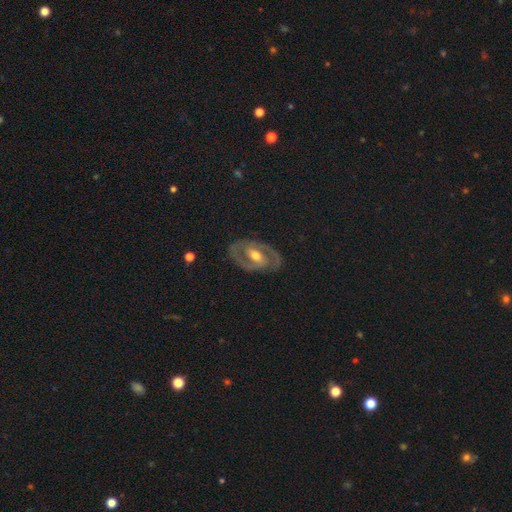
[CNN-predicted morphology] This appears to be a featured or disk galaxy (81%) with a weak bar (41%), 2 (84%) medium (45%) spiral arms (77%) and a moderate central bulge (71%). Merging: none (80%).